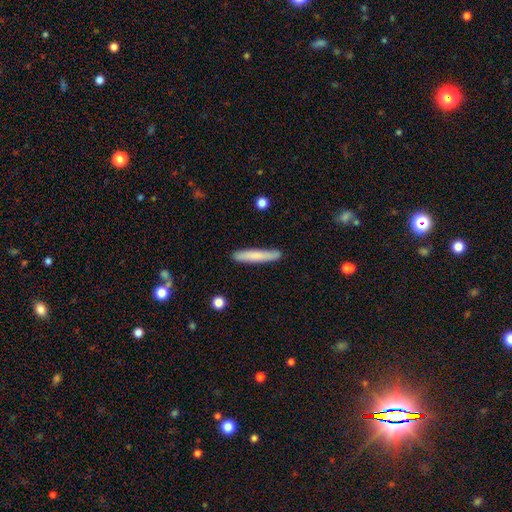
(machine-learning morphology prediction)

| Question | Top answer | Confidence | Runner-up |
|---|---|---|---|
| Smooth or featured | smooth | 75% | featured or disk (19%) |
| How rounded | cigar-shaped | 93% | in between (5%) |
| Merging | none | 87% | minor disturbance (10%) |